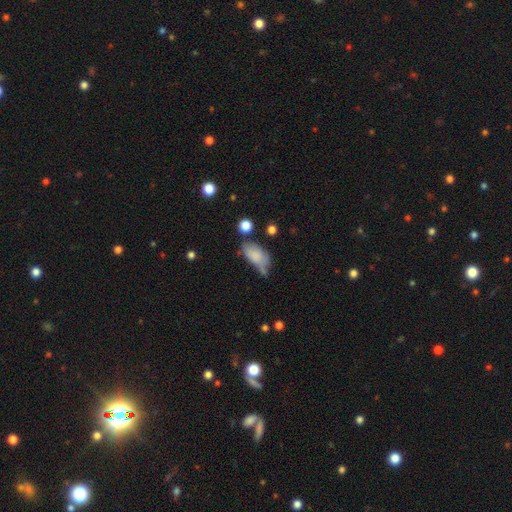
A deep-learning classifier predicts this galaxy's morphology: This is likely a smooth galaxy (77%). How rounded: clearly in between (91%). Merging: marginally none (35%, tied with minor disturbance).